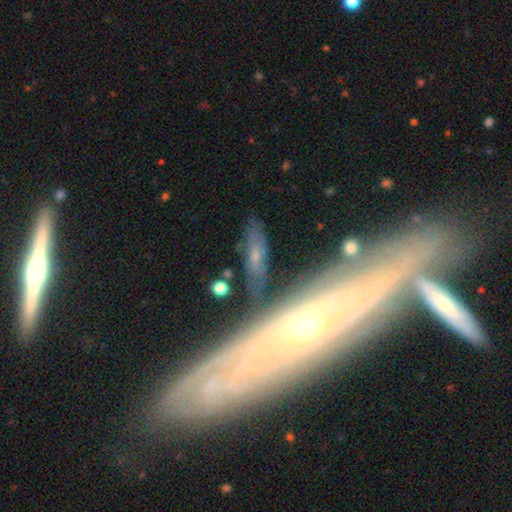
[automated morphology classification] Overall: featured or disk (55%; smooth 35%). Edge-on disk: no (53%; yes 47%). Merging: none (72%).